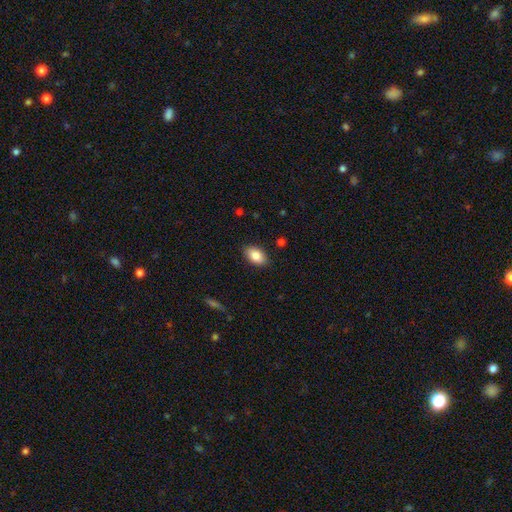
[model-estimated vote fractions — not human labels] Overall: smooth (85%). How rounded: in between (90%). Merging: none (88%).